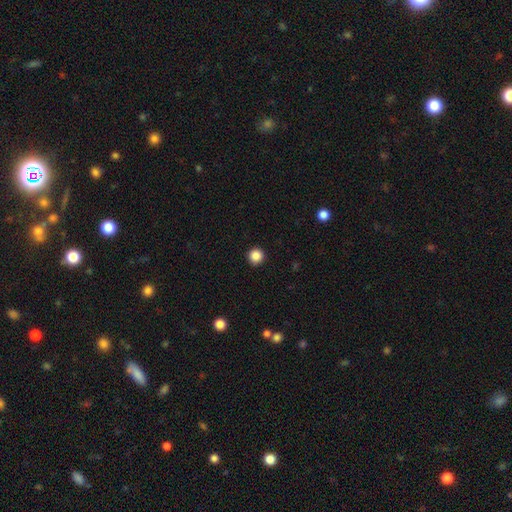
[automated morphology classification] smooth-or-featured: smooth: 87% | star or artifact: 10% | featured or disk: 3%
  how-rounded: round: 96% | in between: 3% | cigar-shaped: 1%
  merging: none: 93% | minor disturbance: 5% | major disturbance: 2% | merger: 1%